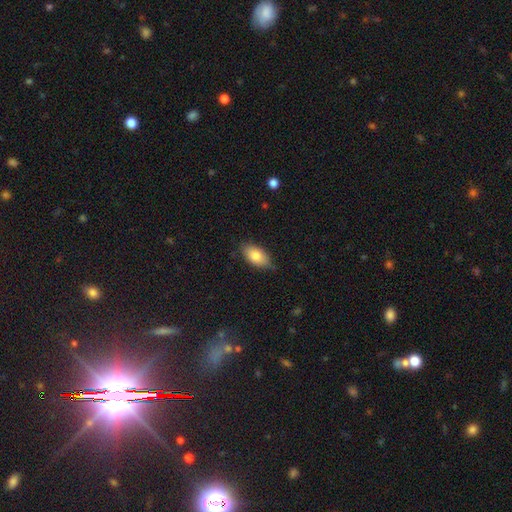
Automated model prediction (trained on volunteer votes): The model was most divided on "merging": none: 79%, minor disturbance: 17%, major disturbance: 3%, merger: 1%. More confident: how rounded — in between (92%); smooth or featured — smooth (81%).